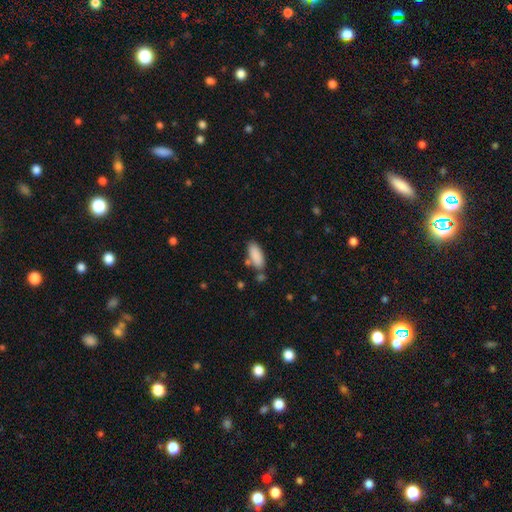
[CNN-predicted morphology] This is clearly a smooth galaxy (89%). How rounded: clearly in between (80%). Merging: likely none (72%).